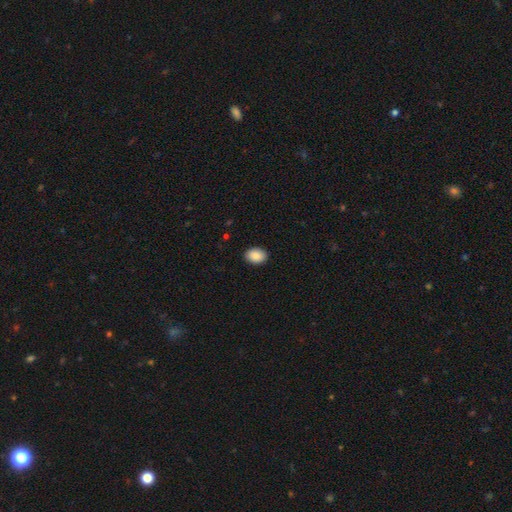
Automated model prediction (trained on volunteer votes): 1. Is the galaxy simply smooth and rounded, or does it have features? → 90% smooth, 7% star or artifact, 3% featured or disk.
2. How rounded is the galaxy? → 72% in between, 27% round, 1% cigar-shaped.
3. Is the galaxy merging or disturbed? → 90% none, 7% minor disturbance, 2% major disturbance, 1% merger.